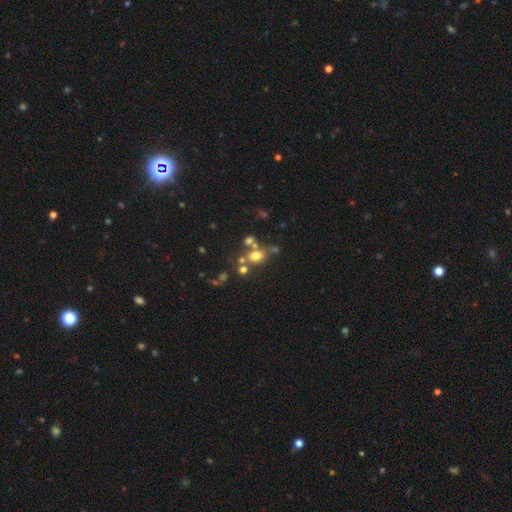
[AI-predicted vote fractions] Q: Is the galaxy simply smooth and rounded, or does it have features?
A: smooth — 65%.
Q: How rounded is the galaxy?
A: round — 55%.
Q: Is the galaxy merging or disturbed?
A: none — 52%.